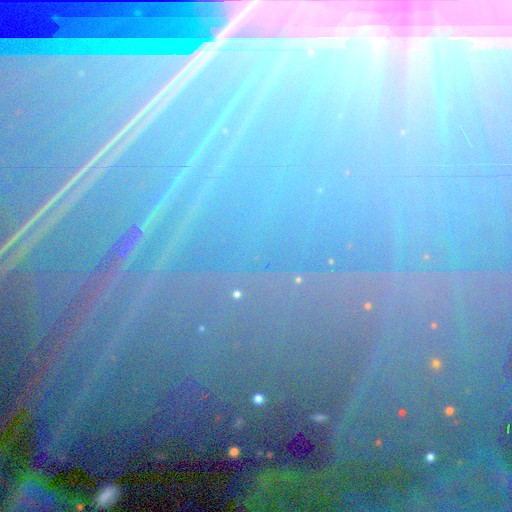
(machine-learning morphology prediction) type=star or artifact (86%).